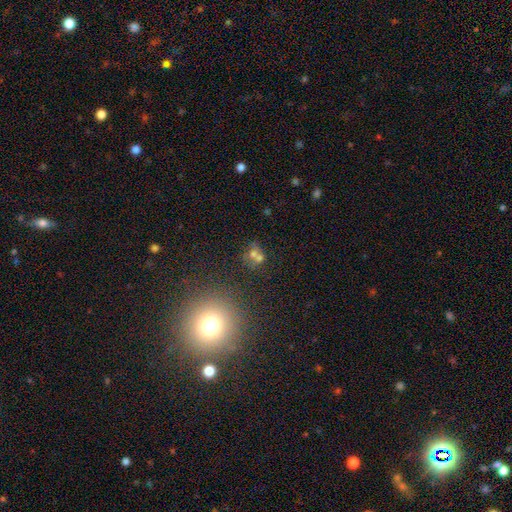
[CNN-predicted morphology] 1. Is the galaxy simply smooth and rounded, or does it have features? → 53% smooth, 26% star or artifact, 22% featured or disk.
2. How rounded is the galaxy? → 69% round, 30% in between, 2% cigar-shaped.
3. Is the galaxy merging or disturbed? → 47% merger, 38% none, 9% minor disturbance, 6% major disturbance.